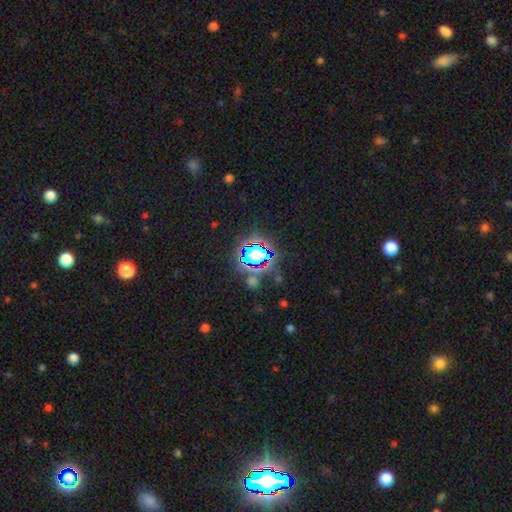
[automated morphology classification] Overall: star or artifact (68%).